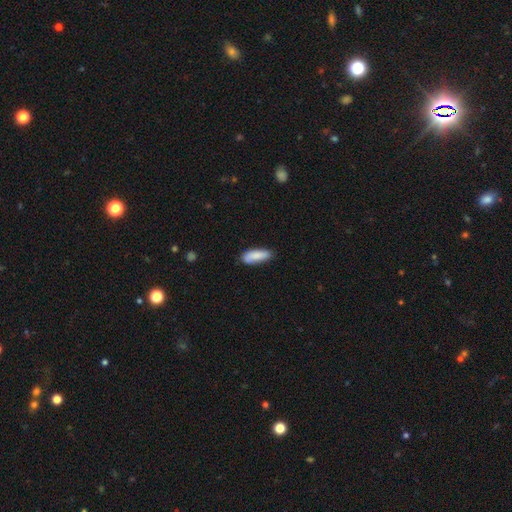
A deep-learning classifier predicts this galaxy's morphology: Q: Smooth or featured?
A: smooth (80%); runner-up: featured or disk (13%)
Q: How rounded?
A: in between (65%); runner-up: cigar-shaped (34%)
Q: Merging?
A: none (73%); runner-up: minor disturbance (21%)